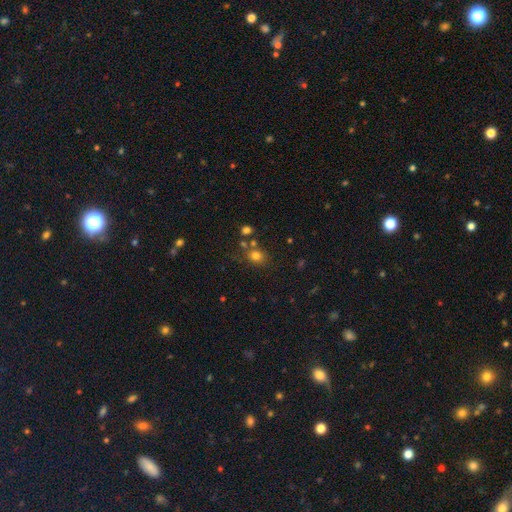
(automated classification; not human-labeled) Morphology: type=smooth (76%); roundness=round (66%); merging=none (69%).